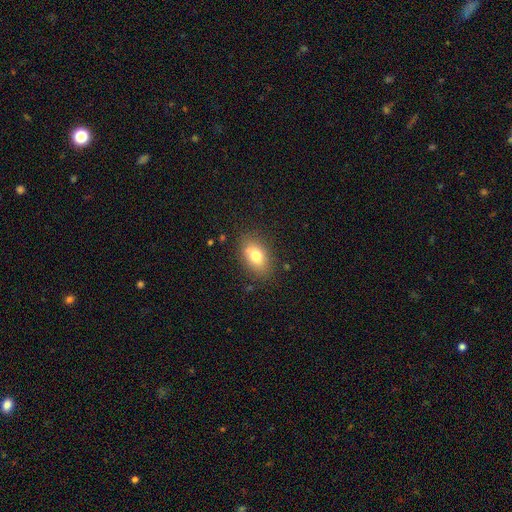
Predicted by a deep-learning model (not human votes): Morphology: type=smooth (76%); roundness=in between (85%); merging=none (78%).